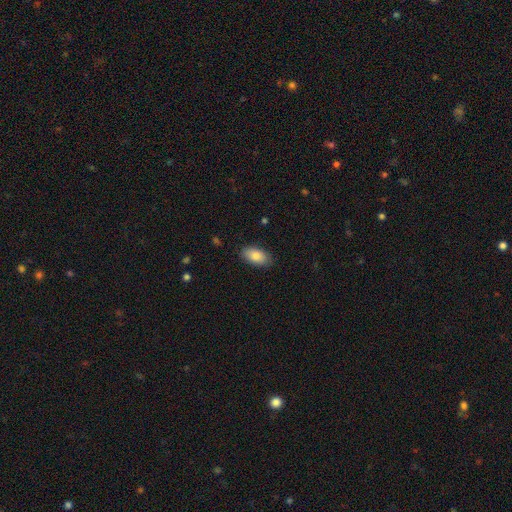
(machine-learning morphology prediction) smooth_or_featured: smooth (p=0.85) [alt: featured or disk p=0.09]
how_rounded: in between (p=0.93) [alt: round p=0.03]
merging: none (p=0.86) [alt: minor disturbance p=0.10]